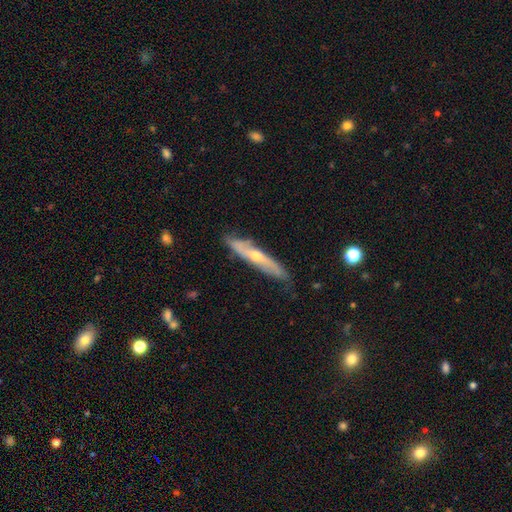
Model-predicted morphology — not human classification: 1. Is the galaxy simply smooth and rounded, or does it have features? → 61% featured or disk, 33% smooth, 6% star or artifact.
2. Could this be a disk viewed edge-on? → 66% yes, 34% no.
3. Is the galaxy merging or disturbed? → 74% none, 21% minor disturbance, 4% major disturbance, 2% merger.